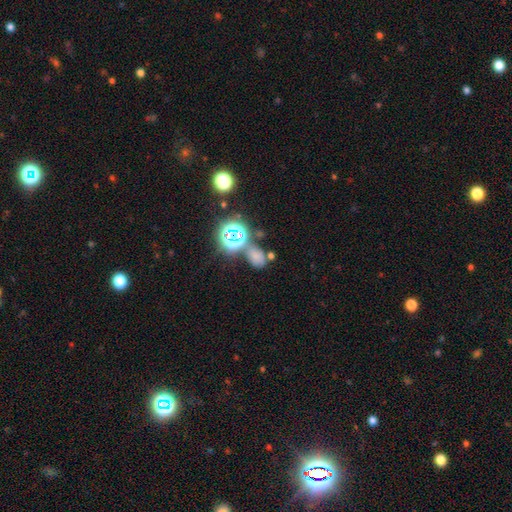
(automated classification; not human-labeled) Morphology: type=smooth (53%); roundness=in between (70%); merging=none (49%).